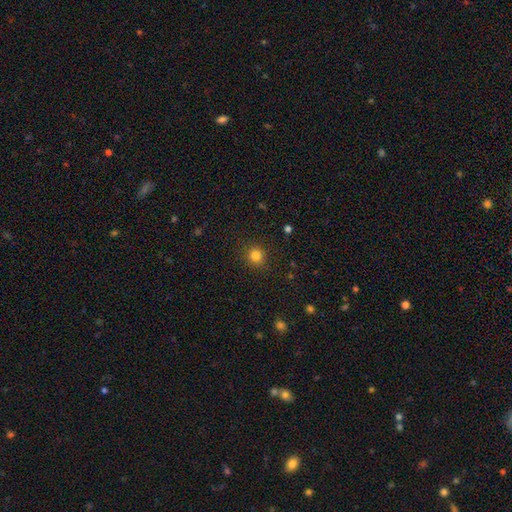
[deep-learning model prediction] Smooth or featured? Predicted: smooth (p=0.82). How rounded? Predicted: round (p=0.91). Merging? Predicted: none (p=0.90).